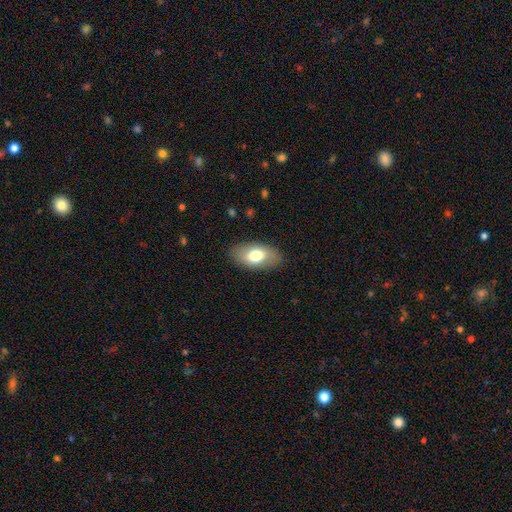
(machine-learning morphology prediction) Overall: smooth (71%). How rounded: in between (93%). Merging: none (85%).